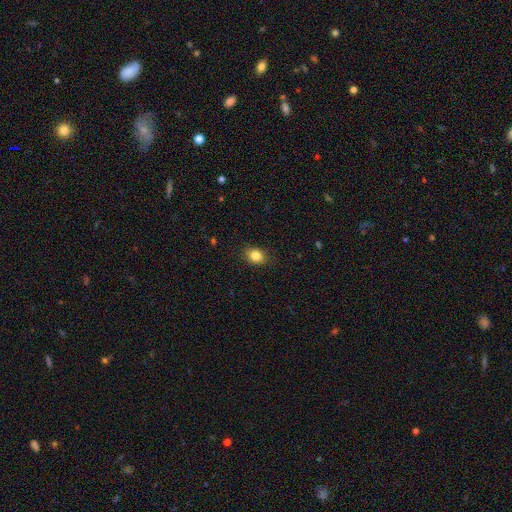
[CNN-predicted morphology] Smooth or featured? Predicted: smooth (p=0.84). How rounded? Predicted: in between (p=0.57). Merging? Predicted: none (p=0.84).